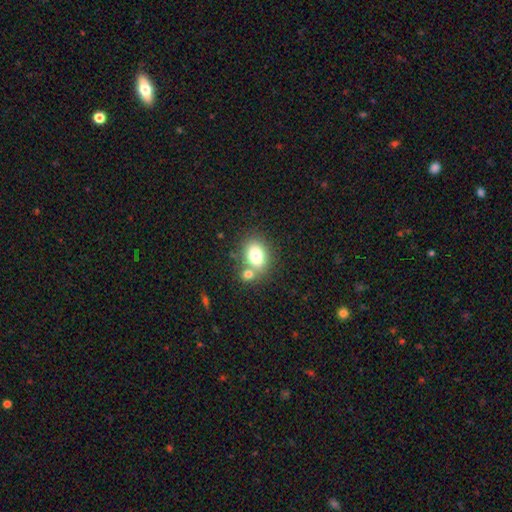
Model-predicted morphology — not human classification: A smooth galaxy with no disk features (78%) that is in between round and cigar-shaped (70%).

Vote fractions:
- Smooth or featured? smooth: 78% / featured or disk: 12% / star or artifact: 10%
- How rounded? in between: 70% / round: 29% / cigar-shaped: 1%
- Merging? none: 55% / merger: 30% / minor disturbance: 12% / major disturbance: 4%